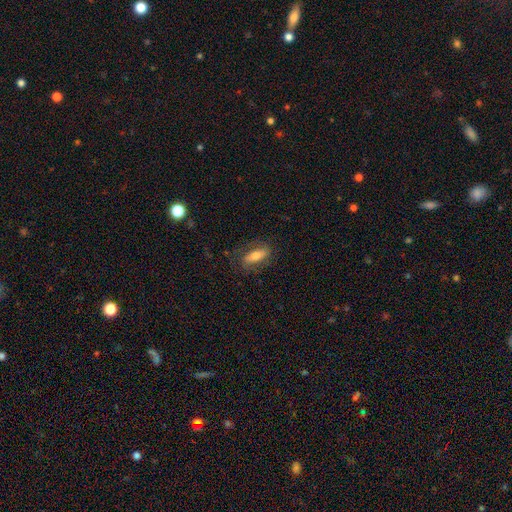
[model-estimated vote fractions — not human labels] smooth 62%, featured or disk 31%, star or artifact 7%. Down the decision tree: how rounded — in between (70%); merging — none (71%).